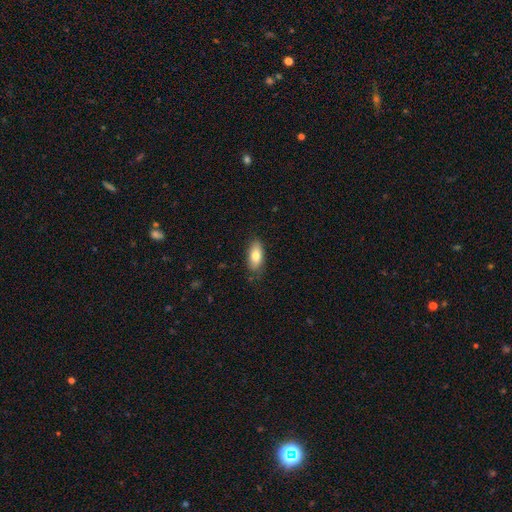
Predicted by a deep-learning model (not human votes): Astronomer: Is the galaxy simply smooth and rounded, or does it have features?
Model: smooth — 79%.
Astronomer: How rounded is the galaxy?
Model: in between — 87%.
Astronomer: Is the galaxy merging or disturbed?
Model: none — 79%.